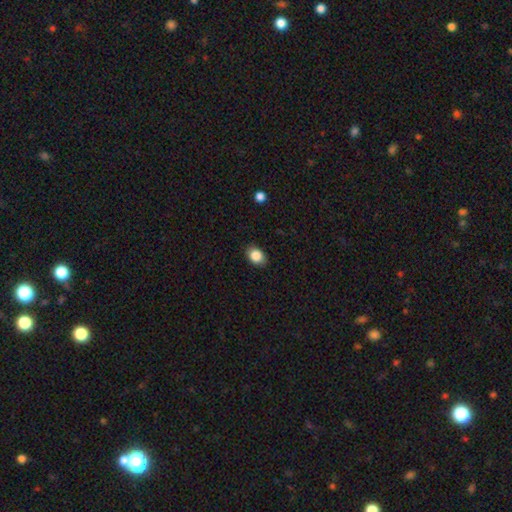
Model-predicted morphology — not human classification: smooth_or_featured: smooth (p=0.86) [alt: star or artifact p=0.09]
how_rounded: in between (p=0.69) [alt: round p=0.30]
merging: none (p=0.87) [alt: minor disturbance p=0.10]